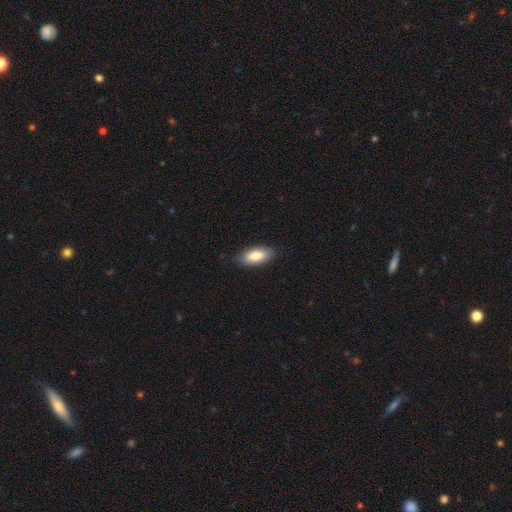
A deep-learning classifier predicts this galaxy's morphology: A smooth galaxy with no disk features (84%) that is in between round and cigar-shaped (88%). Merging: none (86%).